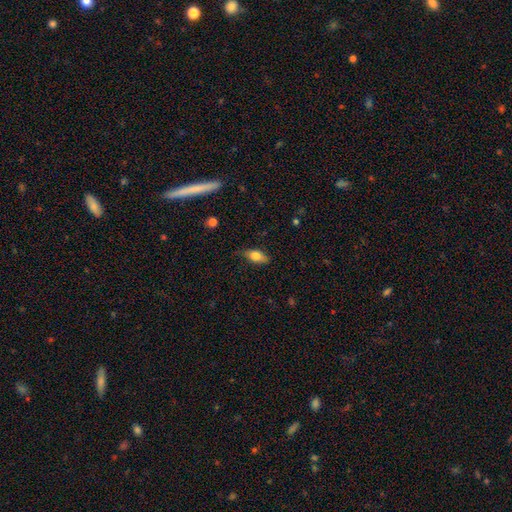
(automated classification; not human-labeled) A smooth galaxy with no disk features (76%) that is in between round and cigar-shaped (84%). Merging: none (73%).